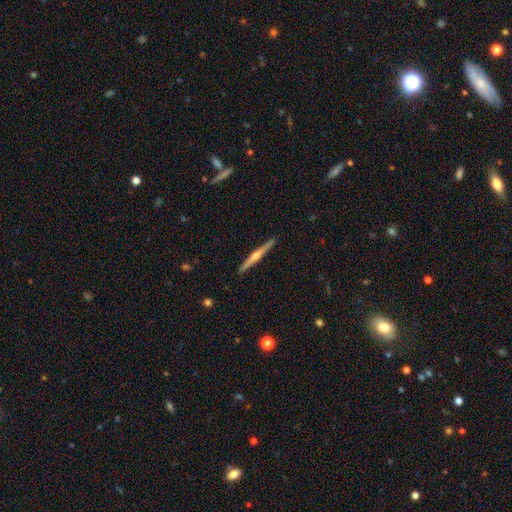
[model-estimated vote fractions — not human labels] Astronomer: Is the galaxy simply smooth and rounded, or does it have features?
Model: featured or disk — 77%.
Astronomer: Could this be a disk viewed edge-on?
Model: yes — 99%.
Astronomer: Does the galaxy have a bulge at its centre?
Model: rounded — 86%.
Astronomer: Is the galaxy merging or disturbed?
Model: none — 92%.